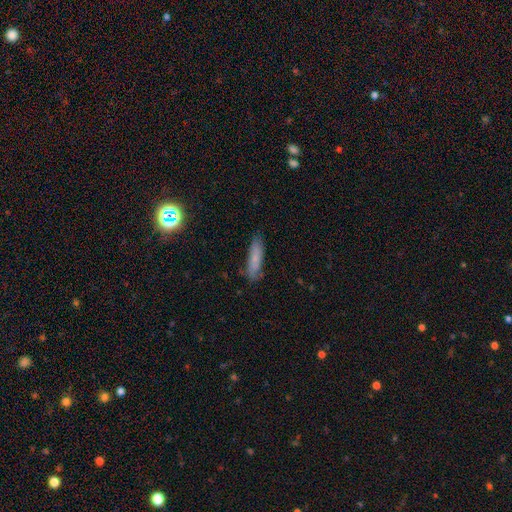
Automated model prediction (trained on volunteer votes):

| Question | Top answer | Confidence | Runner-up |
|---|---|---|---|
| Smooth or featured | smooth | 71% | featured or disk (20%) |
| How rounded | cigar-shaped | 64% | in between (34%) |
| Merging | none | 73% | minor disturbance (20%) |